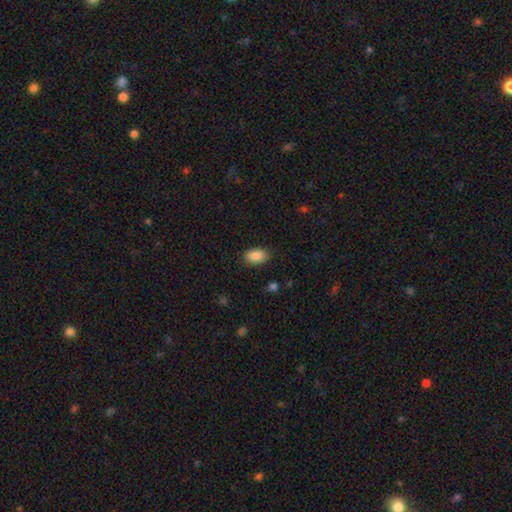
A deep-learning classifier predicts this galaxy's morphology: Overall: smooth (88%). How rounded: in between (91%). Merging: none (86%).